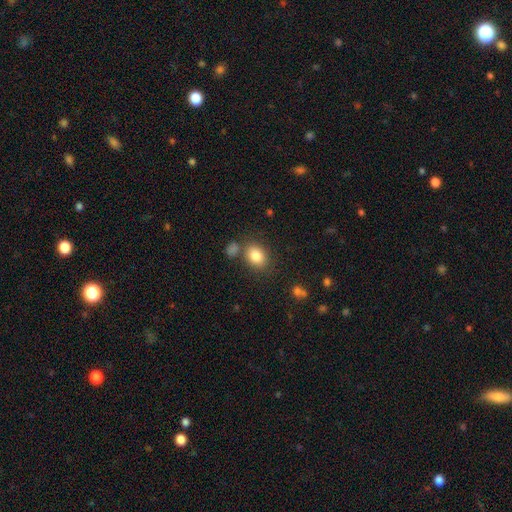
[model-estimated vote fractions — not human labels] Smooth or featured? Predicted: smooth (p=0.83). How rounded? Predicted: in between (p=0.64). Merging? Predicted: none (p=0.72).